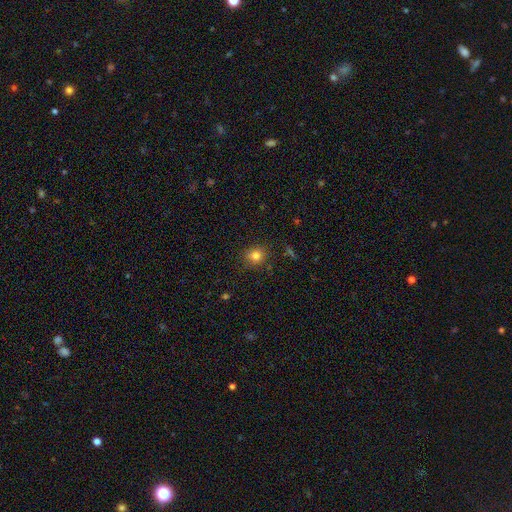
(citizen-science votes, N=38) Smooth or featured? 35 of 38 (92%) said smooth. How rounded? 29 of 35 (83%) said round. Merging? 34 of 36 (94%) said none.